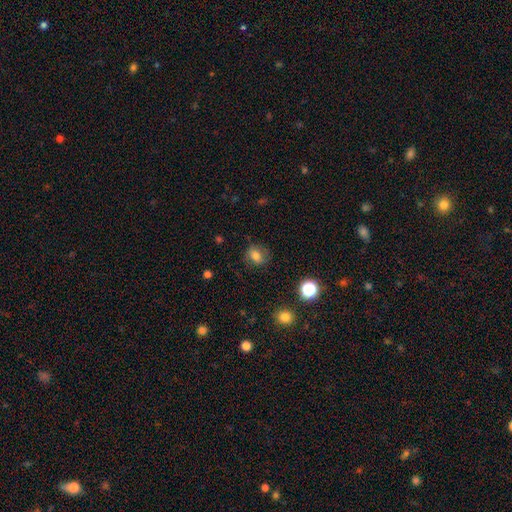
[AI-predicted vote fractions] A smooth galaxy with no disk features (76%) that is round (52%).

Vote fractions:
- Smooth or featured? smooth: 76% / star or artifact: 13% / featured or disk: 11%
- How rounded? round: 52% / in between: 47% / cigar-shaped: 1%
- Merging? none: 77% / minor disturbance: 16% / major disturbance: 6% / merger: 1%